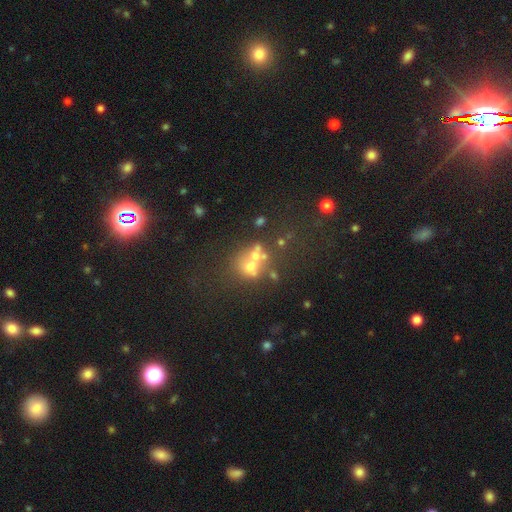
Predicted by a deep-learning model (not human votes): Smooth or featured? Predicted: smooth (p=0.45). Merging? Predicted: merger (p=0.45).